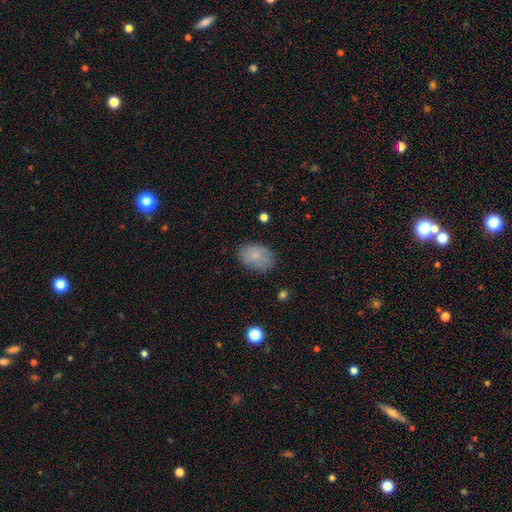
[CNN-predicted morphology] Smooth or featured?
  - smooth: 78% *
  - featured or disk: 14%
  - star or artifact: 8%
How rounded?
  - in between: 84% *
  - round: 14%
  - cigar-shaped: 1%
Merging?
  - none: 78% *
  - minor disturbance: 16%
  - major disturbance: 4%
  - merger: 1%